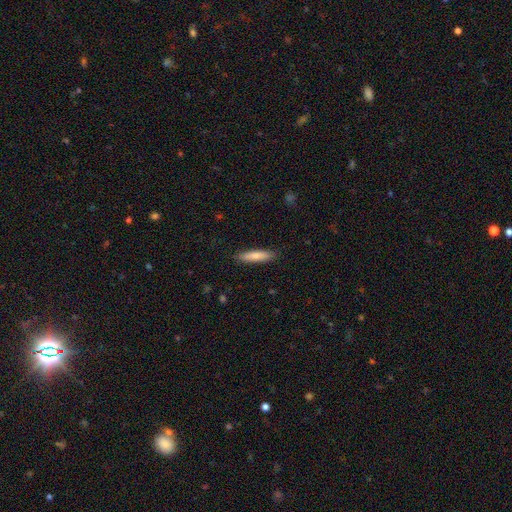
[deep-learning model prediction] Smooth or featured?
  - smooth: 75% *
  - featured or disk: 19%
  - star or artifact: 6%
How rounded?
  - cigar-shaped: 79% *
  - in between: 20%
  - round: 2%
Merging?
  - none: 88% *
  - minor disturbance: 9%
  - major disturbance: 2%
  - merger: 1%